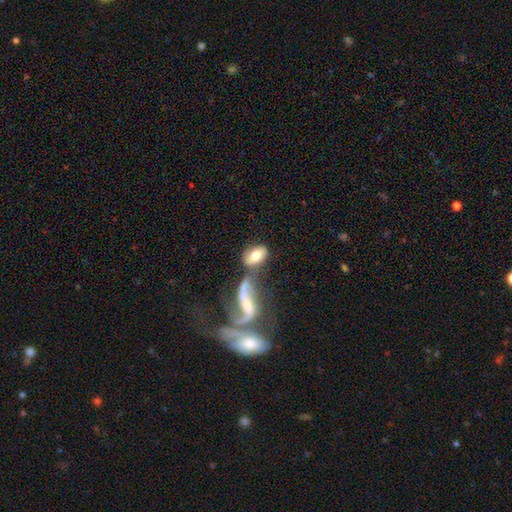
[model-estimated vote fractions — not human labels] A smooth galaxy with no disk features (55%) that is in between round and cigar-shaped (88%).

Vote fractions:
- Smooth or featured? smooth: 55% / featured or disk: 37% / star or artifact: 8%
- How rounded? in between: 88% / round: 8% / cigar-shaped: 4%
- Merging? merger: 44% / none: 36% / minor disturbance: 11% / major disturbance: 8%